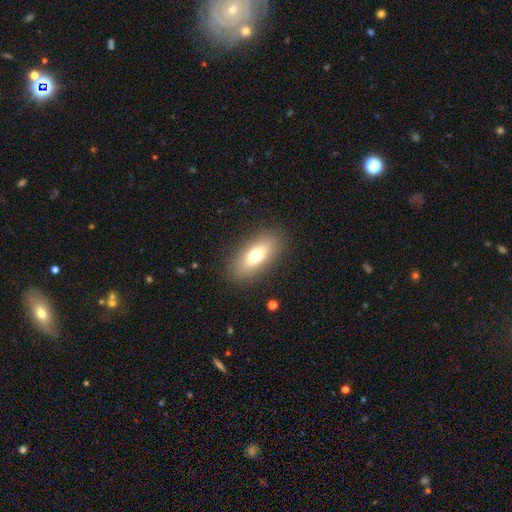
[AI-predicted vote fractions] Morphology: type=smooth (71%); roundness=in between (79%); merging=none (87%).